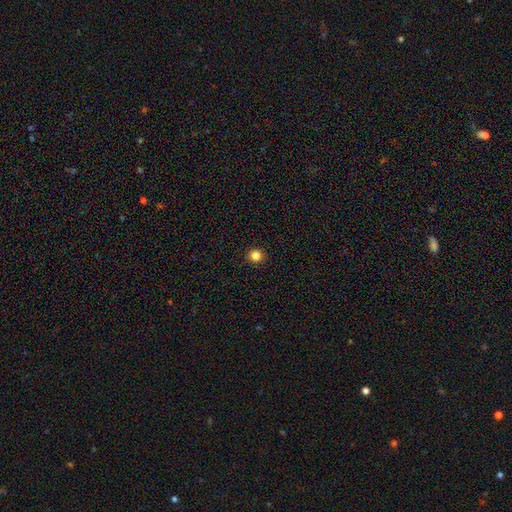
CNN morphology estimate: A smooth galaxy with no disk features (83%) that is round (93%).

Vote fractions:
- Smooth or featured? smooth: 83% / star or artifact: 13% / featured or disk: 4%
- How rounded? round: 93% / in between: 6% / cigar-shaped: 1%
- Merging? none: 93% / minor disturbance: 4% / major disturbance: 1% / merger: 1%